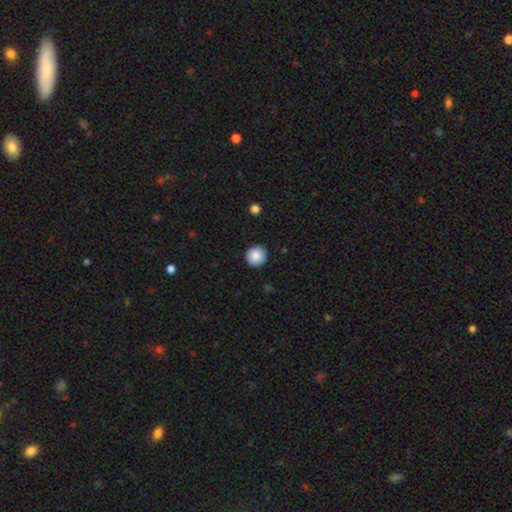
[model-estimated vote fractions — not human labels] Q: Smooth or featured?
A: smooth (88%); runner-up: star or artifact (8%)
Q: How rounded?
A: round (95%); runner-up: in between (4%)
Q: Merging?
A: none (91%); runner-up: minor disturbance (6%)